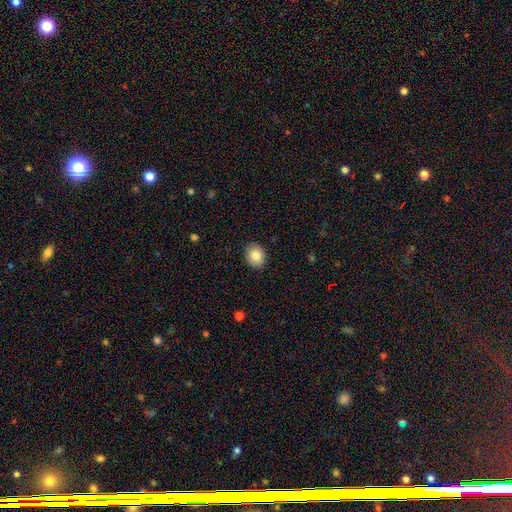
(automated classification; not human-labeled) Morphology: type=smooth (83%); roundness=round (51%); merging=none (90%).